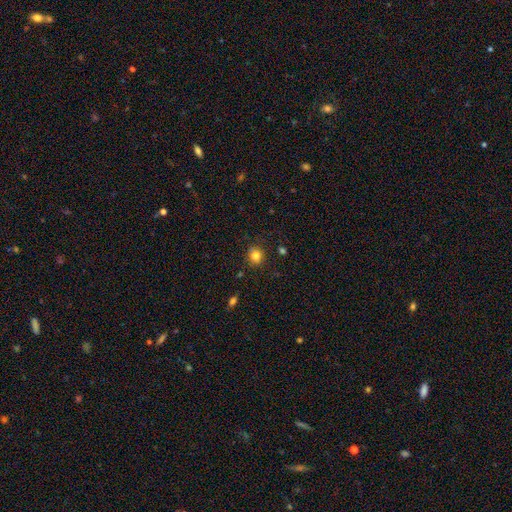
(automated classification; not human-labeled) smooth-or-featured: smooth: 83% | star or artifact: 12% | featured or disk: 5%
  how-rounded: round: 85% | in between: 14% | cigar-shaped: 1%
  merging: none: 85% | minor disturbance: 10% | major disturbance: 3% | merger: 2%